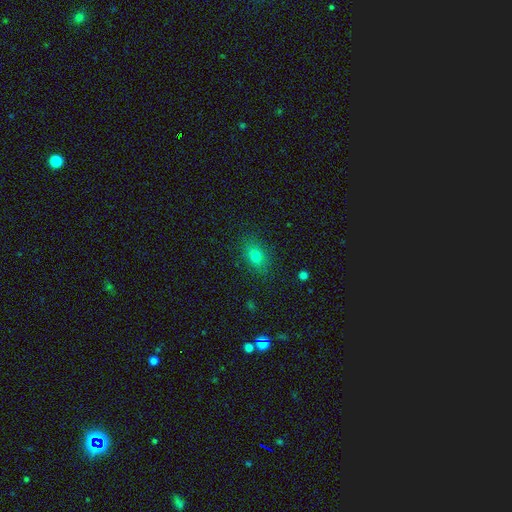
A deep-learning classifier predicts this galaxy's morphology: Overall: smooth (75%). How rounded: in between (73%). Merging: none (85%).